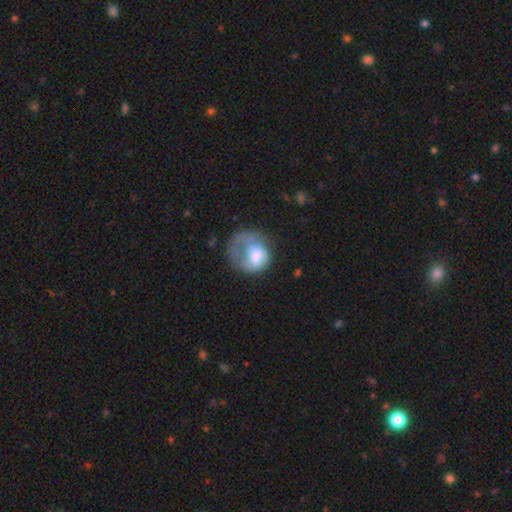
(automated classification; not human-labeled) Smooth or featured?
  - smooth: 55% *
  - featured or disk: 38%
  - star or artifact: 8%
How rounded?
  - round: 63% *
  - in between: 36%
  - cigar-shaped: 1%
Merging?
  - major disturbance: 47% *
  - none: 27%
  - minor disturbance: 23%
  - merger: 4%